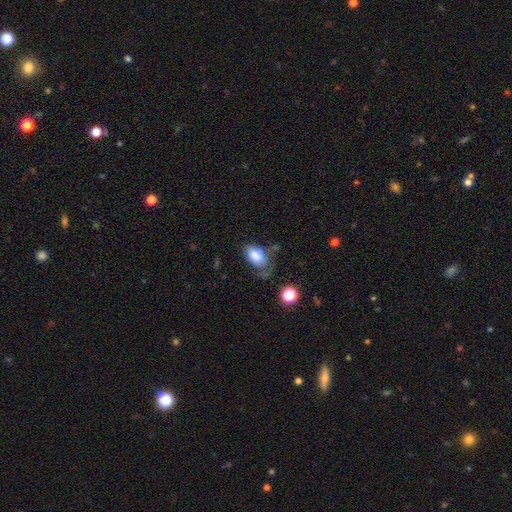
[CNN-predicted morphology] Smooth or featured? Predicted: smooth (p=0.74). How rounded? Predicted: in between (p=0.90). Merging? Predicted: none (p=0.36).